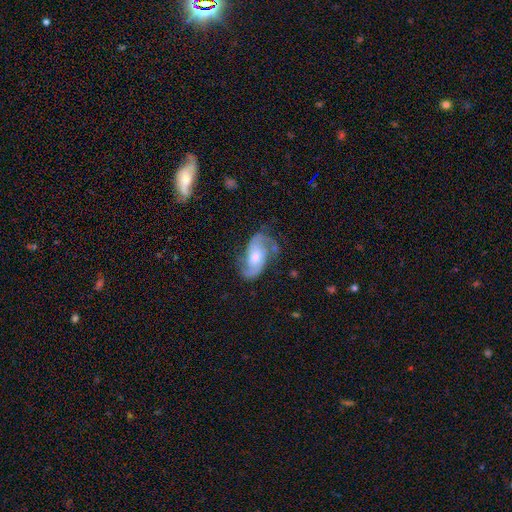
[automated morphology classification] Smooth or featured: featured or disk — 83% (smooth — 11%)
Edge-on disk: no — 96% (yes — 4%)
Bar: no — 55% (weak — 36%)
Spiral arms: yes — 96% (no — 4%)
Spiral winding: medium — 49% (loose — 26%)
Spiral arm count: 2 — 88% (can't tell — 5%)
Bulge size: moderate — 54% (small — 27%)
Merging: none — 68% (minor disturbance — 20%)